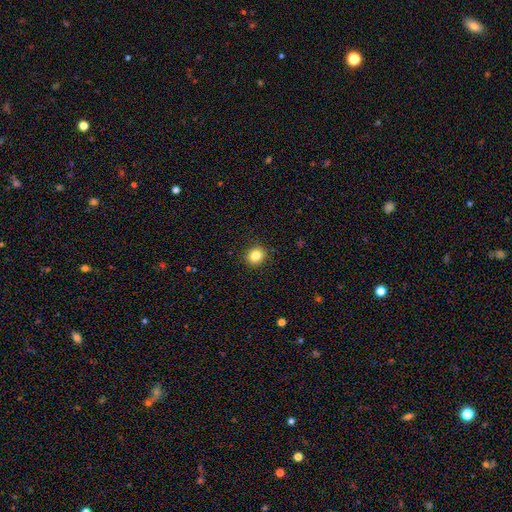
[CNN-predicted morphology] This appears to be a smooth galaxy with no disk features (84%) that is round (81%). Merging: none (91%).